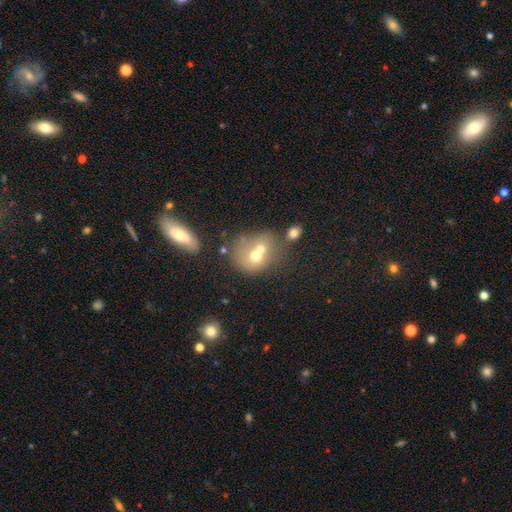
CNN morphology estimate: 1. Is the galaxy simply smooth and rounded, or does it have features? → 60% smooth, 27% featured or disk, 12% star or artifact.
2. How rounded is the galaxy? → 65% round, 34% in between, 1% cigar-shaped.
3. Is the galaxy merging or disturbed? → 65% merger, 21% none, 8% minor disturbance, 5% major disturbance.